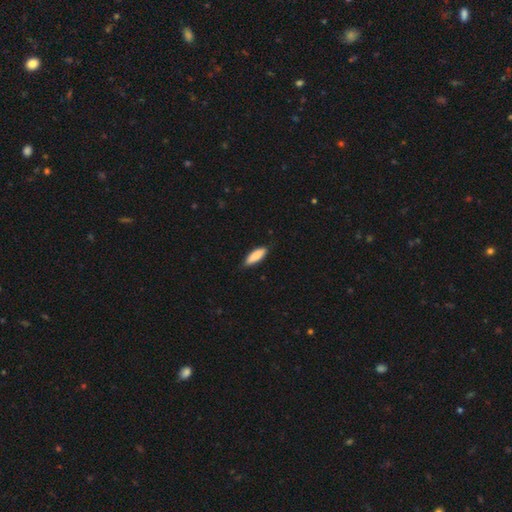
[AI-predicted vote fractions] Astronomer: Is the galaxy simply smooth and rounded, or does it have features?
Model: smooth — 88%.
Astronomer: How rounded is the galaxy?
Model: in between — 53% (runner-up: cigar-shaped, 45%).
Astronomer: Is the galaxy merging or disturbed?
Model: none — 81%.